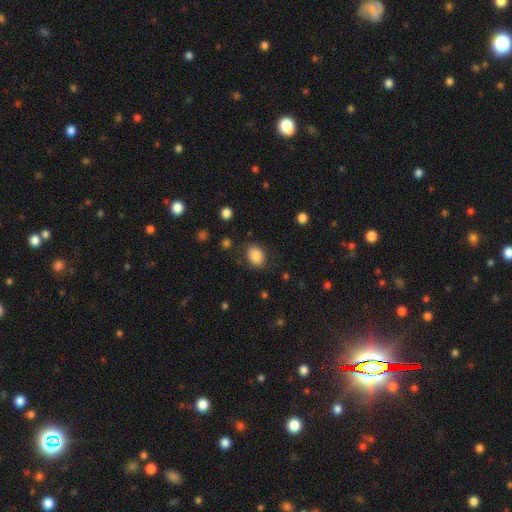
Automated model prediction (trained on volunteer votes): smooth_or_featured: smooth (p=0.85) [alt: star or artifact p=0.09]
how_rounded: in between (p=0.65) [alt: round p=0.34]
merging: none (p=0.82) [alt: minor disturbance p=0.12]